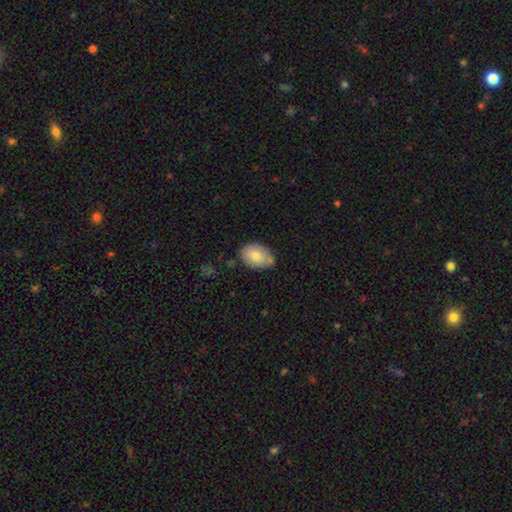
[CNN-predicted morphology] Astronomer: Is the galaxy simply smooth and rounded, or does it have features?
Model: smooth — 76%.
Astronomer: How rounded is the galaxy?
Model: in between — 84%.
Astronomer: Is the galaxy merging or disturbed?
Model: none — 68%.